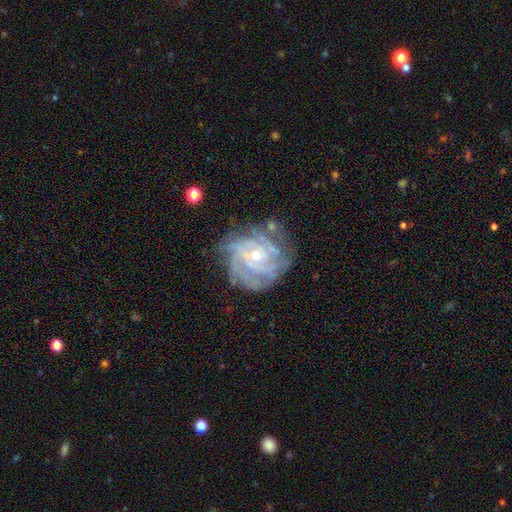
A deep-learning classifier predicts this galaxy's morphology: Smooth or featured? featured or disk (85%)
Edge-on disk? no (98%)
Bar? no (70%)
Spiral arms? yes (94%)
Spiral winding? tight (73%)
Spiral arm count? can't tell (35%)
Bulge size? small (63%)
Merging? none (69%)